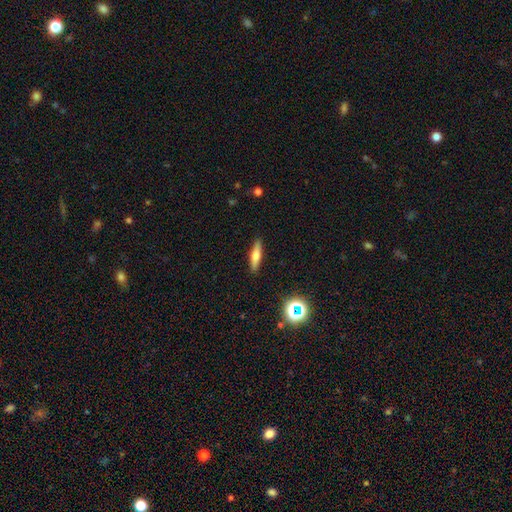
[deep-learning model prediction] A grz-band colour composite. It shows a smooth galaxy with no disk features (60%) that is cigar-shaped (73%). Merging: none (90%).